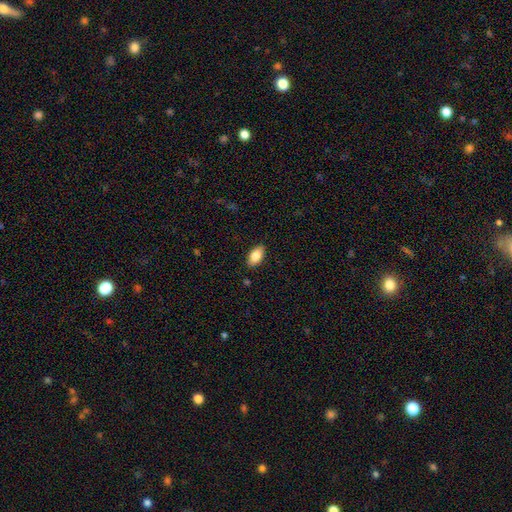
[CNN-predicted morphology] smooth_or_featured: smooth (p=0.83) [alt: featured or disk p=0.10]
how_rounded: in between (p=0.92) [alt: cigar-shaped p=0.04]
merging: none (p=0.88) [alt: minor disturbance p=0.09]